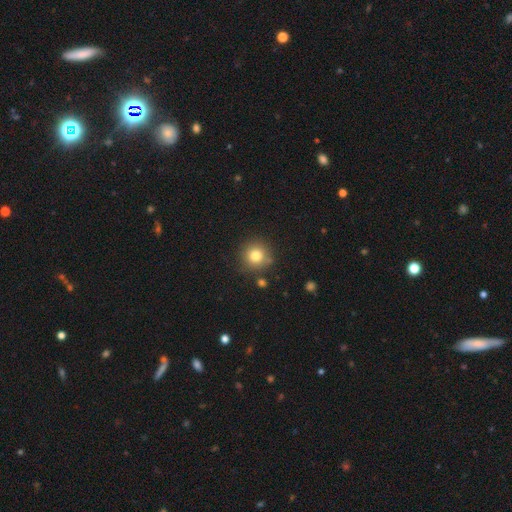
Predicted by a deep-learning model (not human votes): A smooth galaxy with no disk features (80%) that is round (94%). Merging: none (84%).